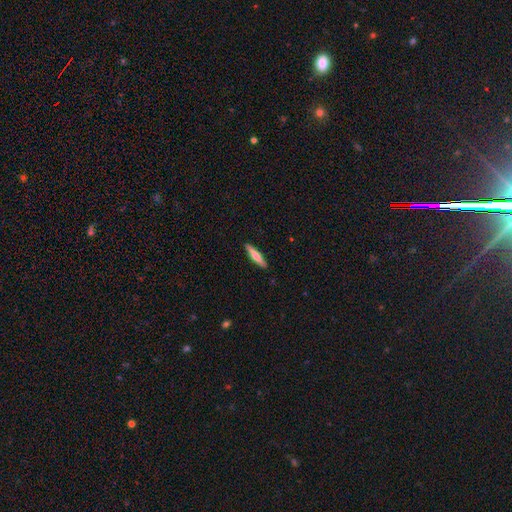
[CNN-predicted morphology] This is likely a smooth galaxy (65%). How rounded: clearly cigar-shaped (87%). Merging: clearly none (91%).